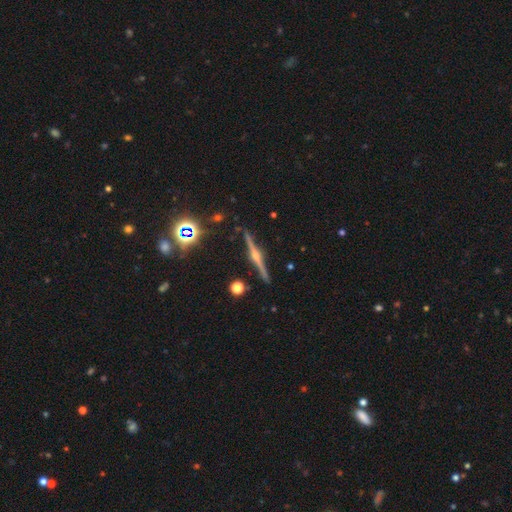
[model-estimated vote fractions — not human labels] Q: Smooth or featured?
A: featured or disk (85%); runner-up: star or artifact (8%)
Q: Edge-on disk?
A: yes (98%); runner-up: no (2%)
Q: Edge-on bulge?
A: rounded (93%); runner-up: boxy (5%)
Q: Merging?
A: none (91%); runner-up: minor disturbance (6%)